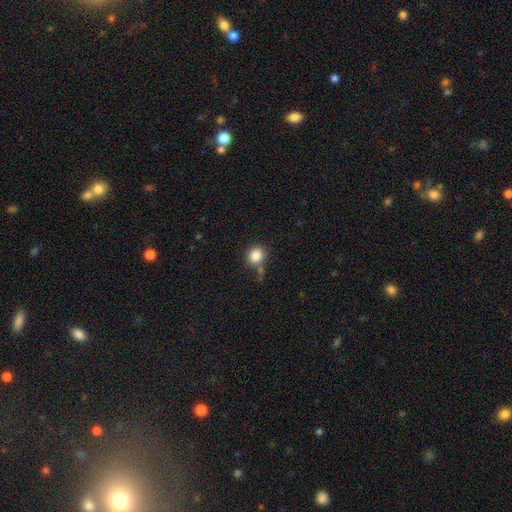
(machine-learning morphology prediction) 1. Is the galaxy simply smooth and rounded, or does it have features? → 85% smooth, 10% star or artifact, 5% featured or disk.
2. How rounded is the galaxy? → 77% round, 22% in between, 1% cigar-shaped.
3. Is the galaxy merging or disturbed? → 68% none, 16% minor disturbance, 11% merger, 5% major disturbance.